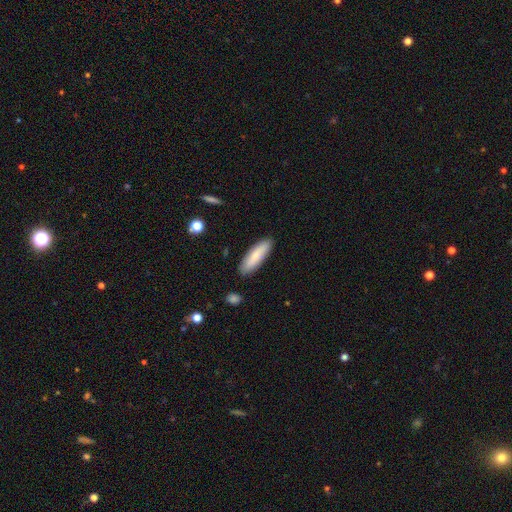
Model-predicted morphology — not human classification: type=smooth (79%); roundness=cigar-shaped (59%); merging=none (88%).